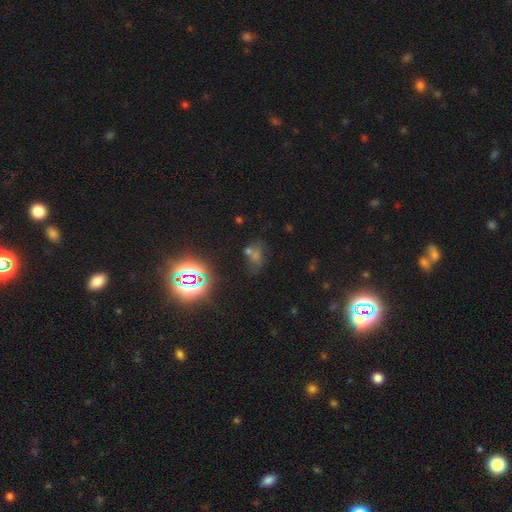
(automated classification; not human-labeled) Morphology: type=star or artifact (52%).